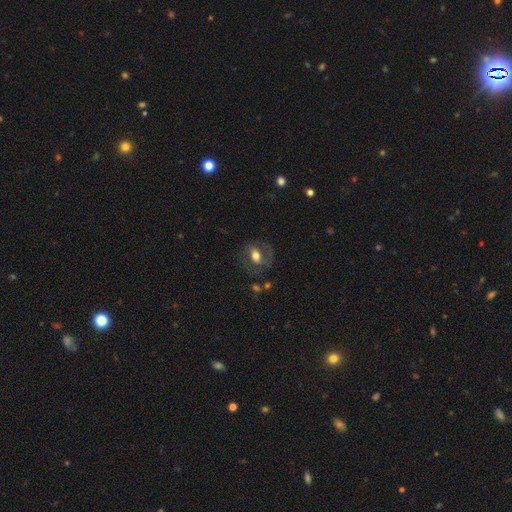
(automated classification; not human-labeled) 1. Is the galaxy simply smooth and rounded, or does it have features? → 48% smooth, 44% featured or disk, 8% star or artifact.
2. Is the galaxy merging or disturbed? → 68% none, 17% minor disturbance, 12% major disturbance, 3% merger.